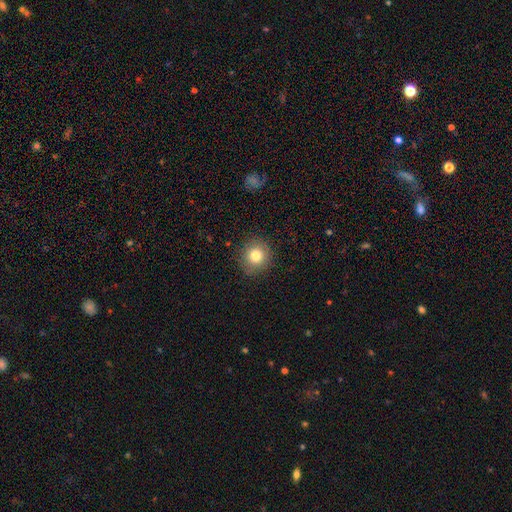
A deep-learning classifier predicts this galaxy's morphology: Smooth or featured?
  - smooth: 81% *
  - star or artifact: 11%
  - featured or disk: 8%
How rounded?
  - round: 91% *
  - in between: 8%
  - cigar-shaped: 1%
Merging?
  - none: 89% *
  - minor disturbance: 8%
  - major disturbance: 2%
  - merger: 1%